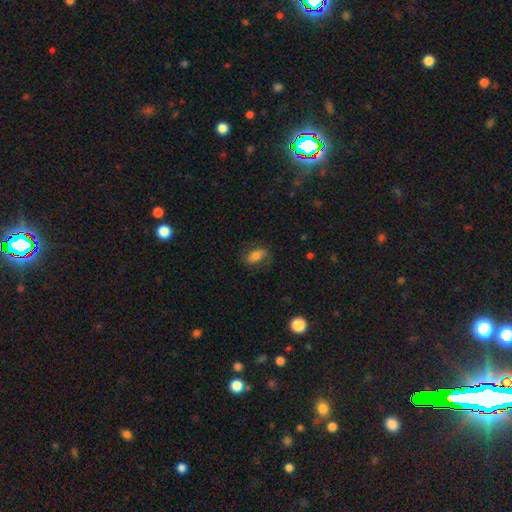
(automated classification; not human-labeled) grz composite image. It shows a smooth galaxy with no disk features (69%) that is in between round and cigar-shaped (86%). Merging: none (71%).